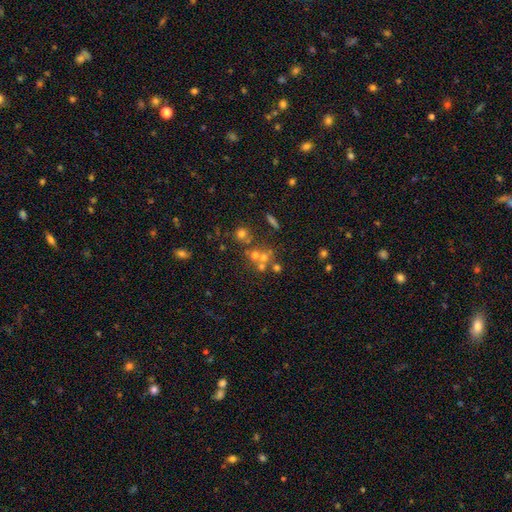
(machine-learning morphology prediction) Overall: star or artifact (41%; smooth 38%).